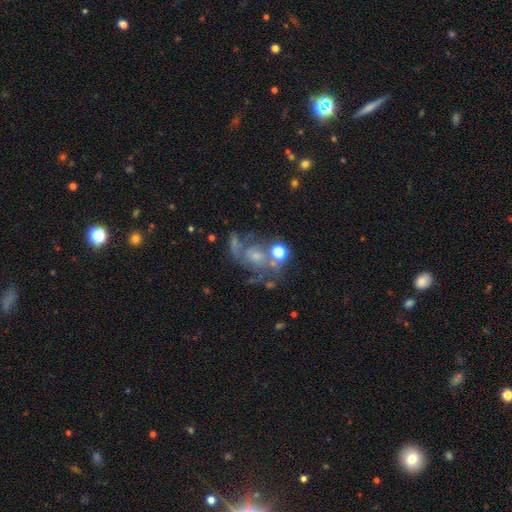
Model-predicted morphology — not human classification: smooth_or_featured: featured or disk (p=0.65) [alt: star or artifact p=0.19]
disk_edge_on: no (p=0.97) [alt: yes p=0.03]
bar: no (p=0.68) [alt: weak p=0.25]
has_spiral_arms: yes (p=0.78) [alt: no p=0.22]
bulge_size: small (p=0.47) [alt: moderate p=0.34]
merging: none (p=0.45) [alt: major disturbance p=0.21]